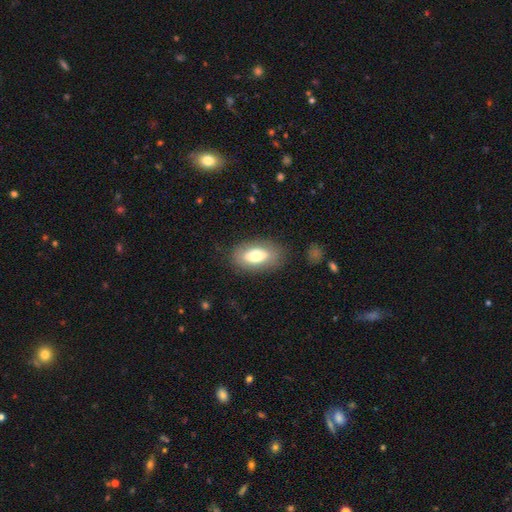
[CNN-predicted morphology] Smooth or featured: smooth — 66% (featured or disk — 27%)
How rounded: in between — 91% (round — 6%)
Merging: none — 82% (minor disturbance — 12%)